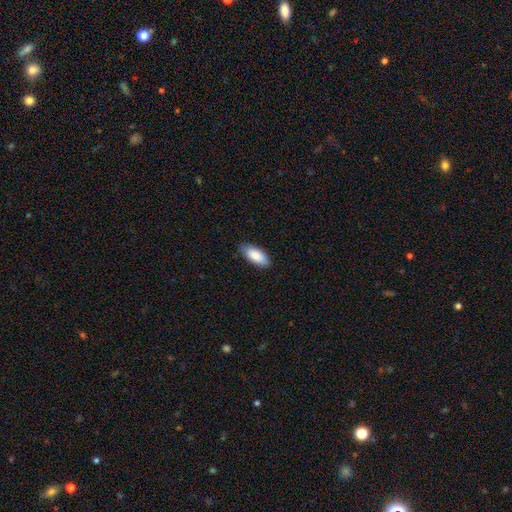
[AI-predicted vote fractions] smooth-or-featured: smooth: 87% | featured or disk: 7% | star or artifact: 5%
  how-rounded: in between: 87% | cigar-shaped: 11% | round: 2%
  merging: none: 84% | minor disturbance: 13% | major disturbance: 2% | merger: 1%